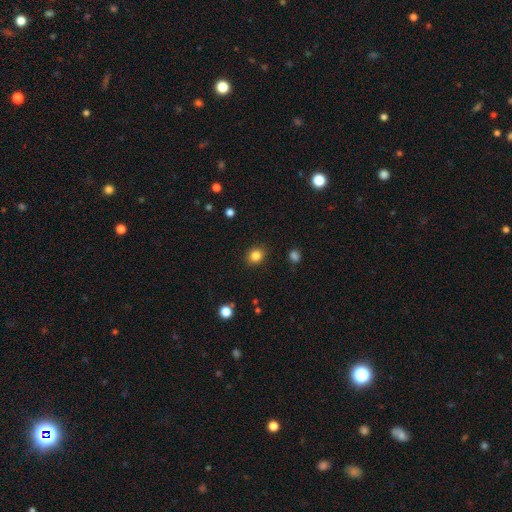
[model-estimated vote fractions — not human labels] smooth-or-featured: smooth: 84% | star or artifact: 12% | featured or disk: 5%
  how-rounded: round: 75% | in between: 24% | cigar-shaped: 1%
  merging: none: 90% | minor disturbance: 7% | major disturbance: 2% | merger: 1%